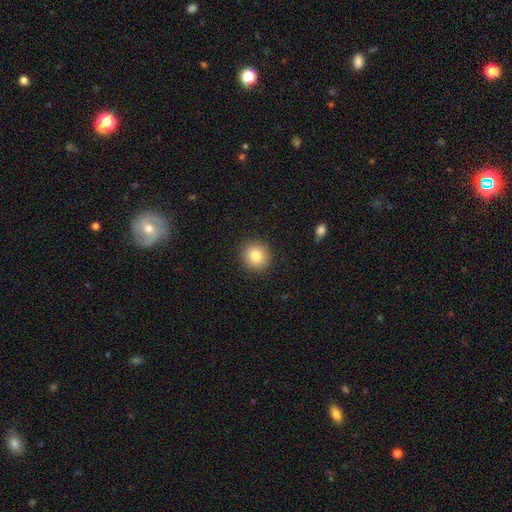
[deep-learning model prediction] Q: Smooth or featured?
A: smooth (83%); runner-up: star or artifact (10%)
Q: How rounded?
A: round (88%); runner-up: in between (11%)
Q: Merging?
A: none (91%); runner-up: minor disturbance (6%)